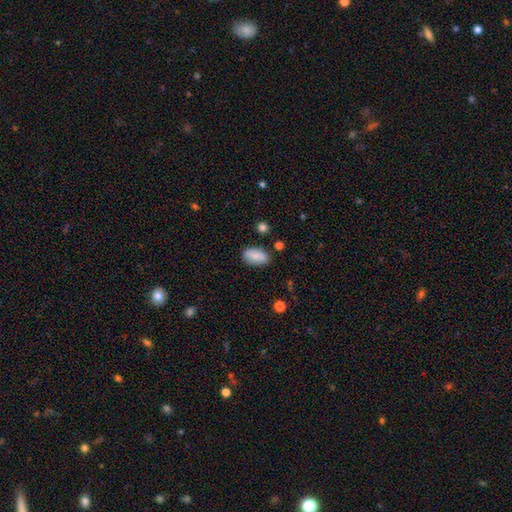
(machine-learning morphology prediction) Smooth or featured?
  - smooth: 86% *
  - featured or disk: 7%
  - star or artifact: 7%
How rounded?
  - in between: 92% *
  - cigar-shaped: 5%
  - round: 4%
Merging?
  - none: 82% *
  - minor disturbance: 13%
  - major disturbance: 3%
  - merger: 3%